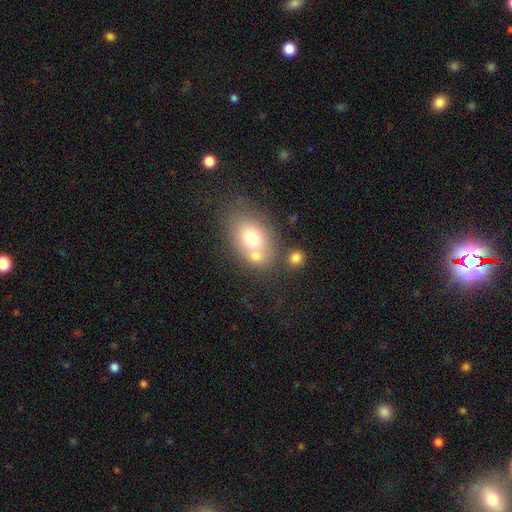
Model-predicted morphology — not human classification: smooth_or_featured: smooth (p=0.71) [alt: featured or disk p=0.19]
how_rounded: in between (p=0.65) [alt: round p=0.33]
merging: none (p=0.41) [alt: merger p=0.39]